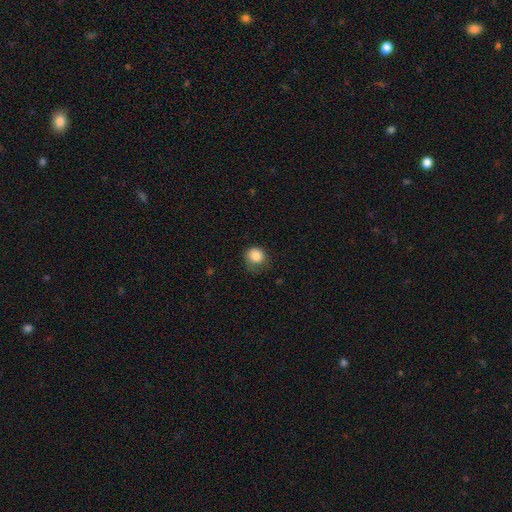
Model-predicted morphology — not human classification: The model was most divided on "merging": none: 55%, minor disturbance: 30%, major disturbance: 14%, merger: 1%. More confident: smooth or featured — smooth (86%); how rounded — round (83%).